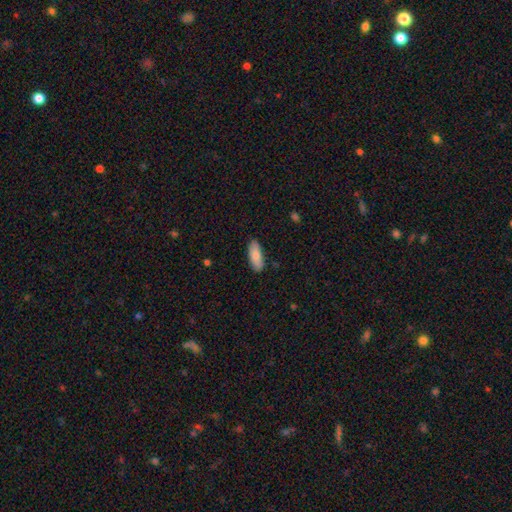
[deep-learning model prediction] A smooth galaxy with no disk features (85%) that is in between round and cigar-shaped (77%). Merging: none (86%).